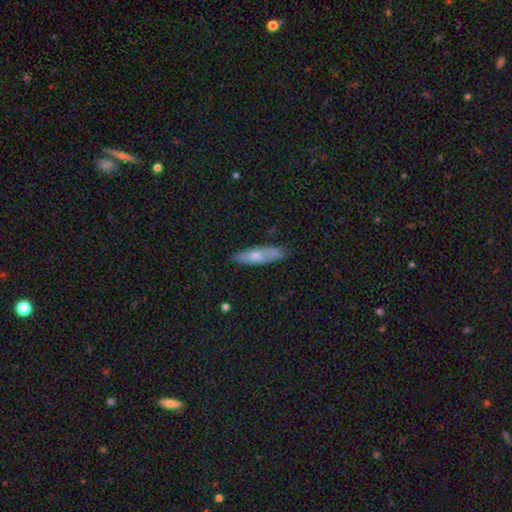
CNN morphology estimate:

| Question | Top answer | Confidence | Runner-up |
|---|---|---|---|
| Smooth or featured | smooth | 62% | featured or disk (31%) |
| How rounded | cigar-shaped | 64% | in between (33%) |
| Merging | none | 75% | minor disturbance (20%) |